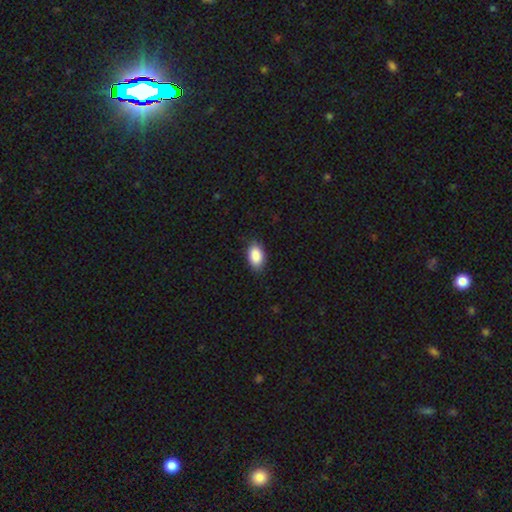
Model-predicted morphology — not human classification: Overall: smooth (89%). How rounded: in between (92%). Merging: none (84%).